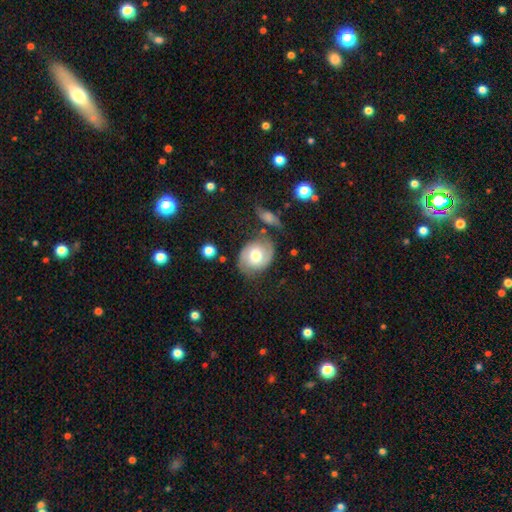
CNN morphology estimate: Smooth or featured? featured or disk (58%)
Edge-on disk? no (97%)
Bar? no (67%)
Spiral arms? yes (83%)
Bulge size? moderate (67%)
Merging? none (67%)